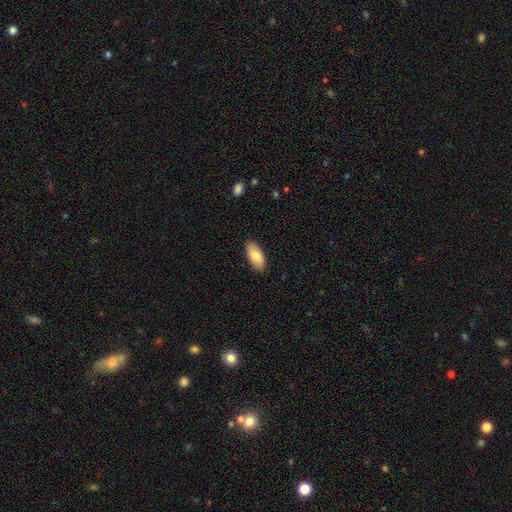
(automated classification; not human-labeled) smooth 81%, featured or disk 13%, star or artifact 6%. Down the decision tree: how rounded — in between (93%); merging — none (88%).